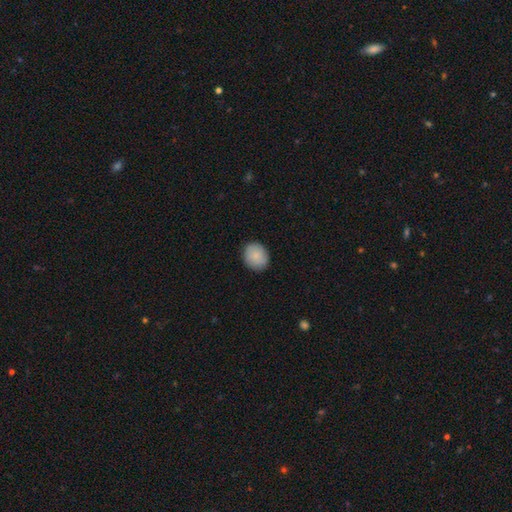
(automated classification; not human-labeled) Smooth or featured? Predicted: smooth (p=0.87). How rounded? Predicted: round (p=0.67). Merging? Predicted: none (p=0.89).